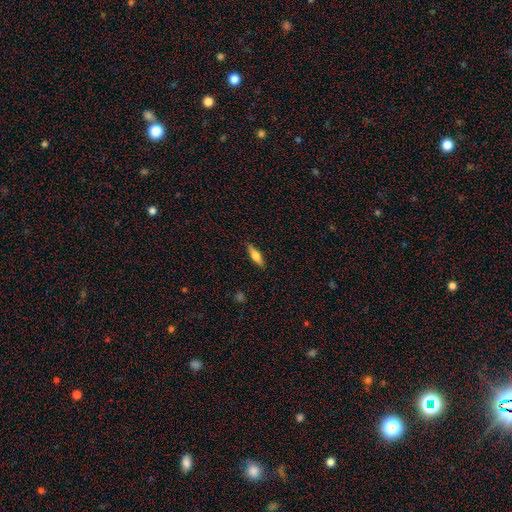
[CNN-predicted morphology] smooth 64%, featured or disk 30%, star or artifact 7%. Down the decision tree: how rounded — cigar-shaped (56%); merging — none (87%).